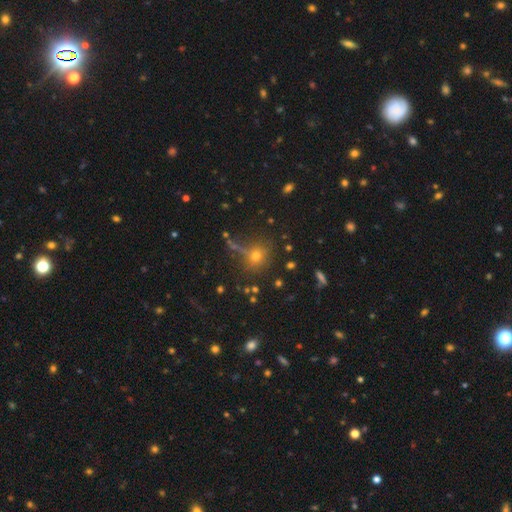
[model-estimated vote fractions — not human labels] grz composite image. It shows a smooth galaxy with no disk features (60%) that is round (79%). Merging: none (67%).